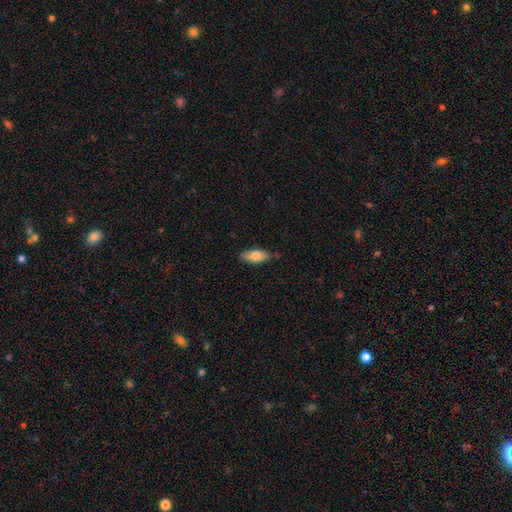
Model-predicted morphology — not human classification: Smooth or featured?
  - smooth: 78% *
  - featured or disk: 15%
  - star or artifact: 6%
How rounded?
  - in between: 83% *
  - cigar-shaped: 14%
  - round: 2%
Merging?
  - none: 82% *
  - minor disturbance: 14%
  - major disturbance: 2%
  - merger: 2%